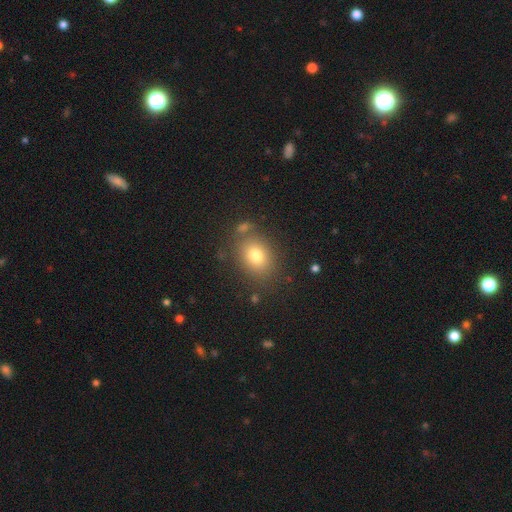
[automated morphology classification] smooth_or_featured: smooth (p=0.76) [alt: star or artifact p=0.12]
how_rounded: in between (p=0.54) [alt: round p=0.45]
merging: none (p=0.77) [alt: minor disturbance p=0.12]